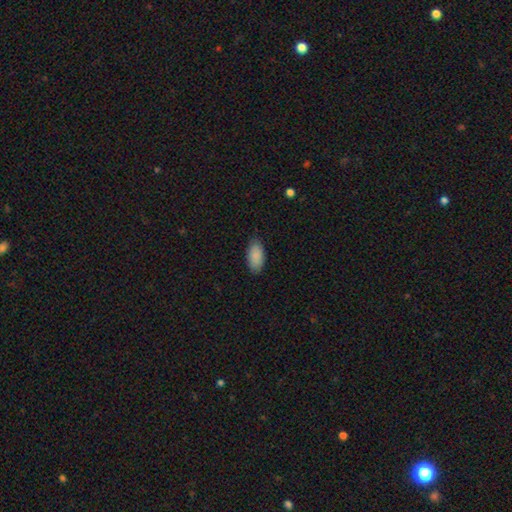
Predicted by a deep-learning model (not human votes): A smooth galaxy with no disk features (90%) that is in between round and cigar-shaped (93%). Merging: none (85%).